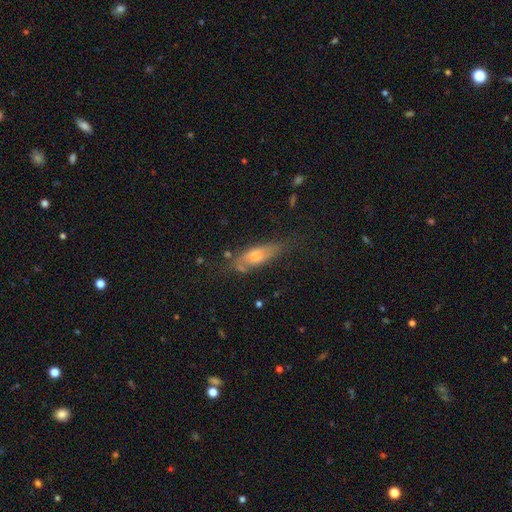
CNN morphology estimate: smooth-or-featured: featured or disk: 46% | smooth: 44% | star or artifact: 10%
  merging: none: 56% | minor disturbance: 27% | major disturbance: 13% | merger: 4%